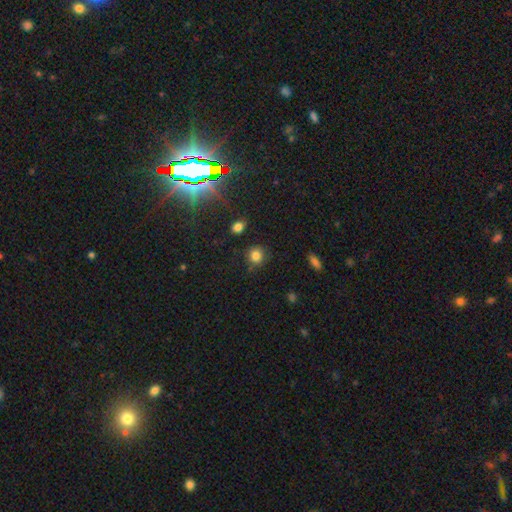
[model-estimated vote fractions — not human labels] This appears to be a smooth galaxy with no disk features (82%) that is round (85%). Merging: none (82%).